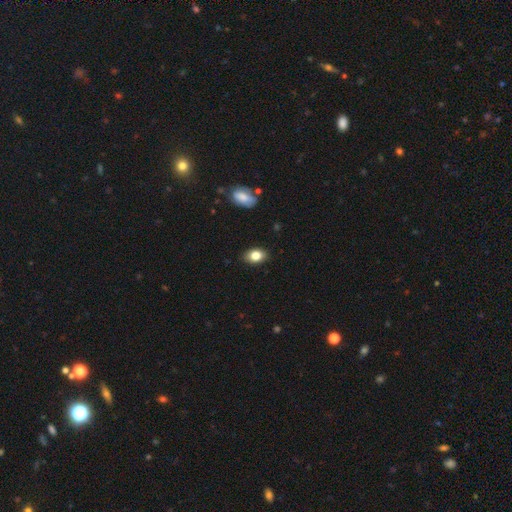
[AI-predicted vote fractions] Smooth or featured? smooth (83%)
How rounded? in between (82%)
Merging? none (86%)